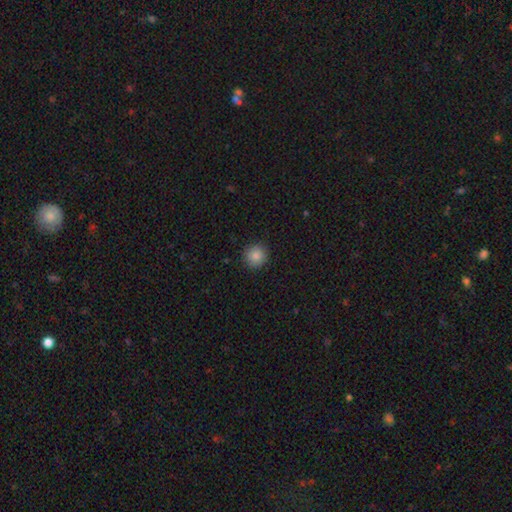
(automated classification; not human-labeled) smooth-or-featured: smooth: 86% | star or artifact: 10% | featured or disk: 5%
  how-rounded: round: 93% | in between: 6% | cigar-shaped: 1%
  merging: none: 91% | minor disturbance: 6% | major disturbance: 2% | merger: 1%